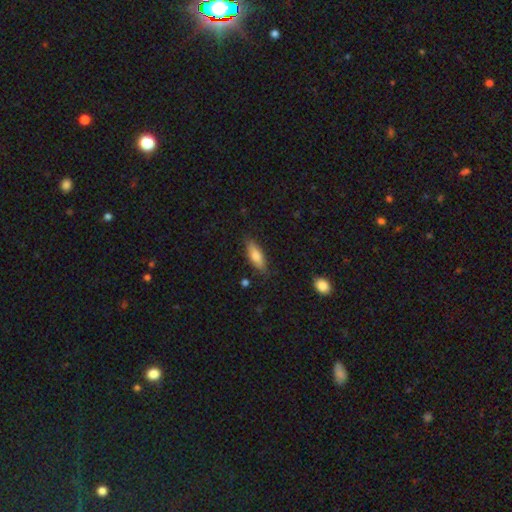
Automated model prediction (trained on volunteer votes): Smooth or featured? Predicted: smooth (p=0.76). How rounded? Predicted: in between (p=0.57). Merging? Predicted: none (p=0.83).